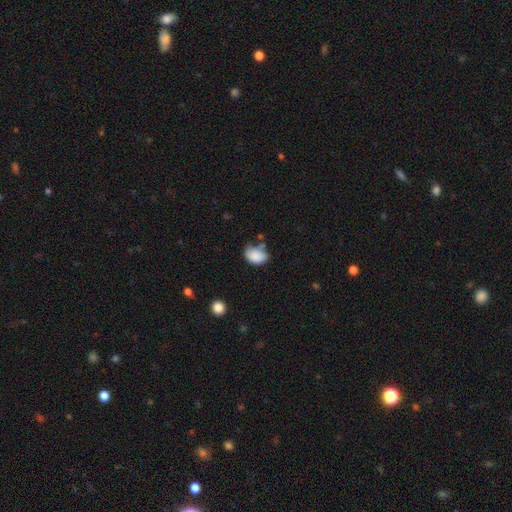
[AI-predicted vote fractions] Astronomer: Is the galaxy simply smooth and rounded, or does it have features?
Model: smooth — 85%.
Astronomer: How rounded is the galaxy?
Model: in between — 76%.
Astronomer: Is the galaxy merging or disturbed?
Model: none — 49% (runner-up: minor disturbance, 32%).